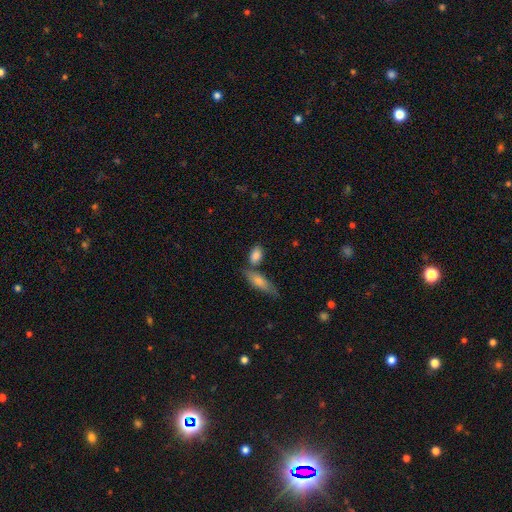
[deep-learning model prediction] Smooth or featured? Predicted: smooth (p=0.84). How rounded? Predicted: in between (p=0.84). Merging? Predicted: none (p=0.60).